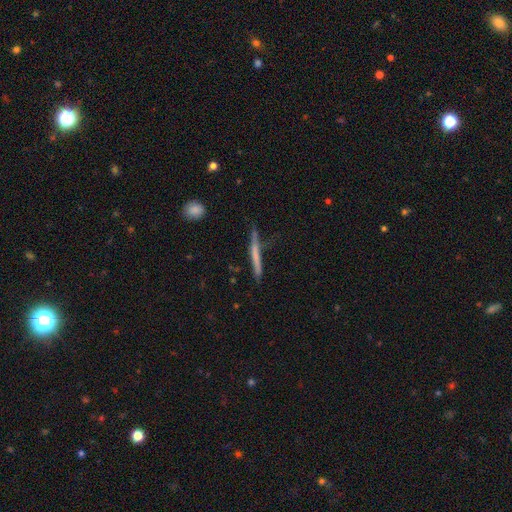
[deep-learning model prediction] This is possibly a smooth galaxy (51%). How rounded: clearly cigar-shaped (95%). Merging: likely none (73%).